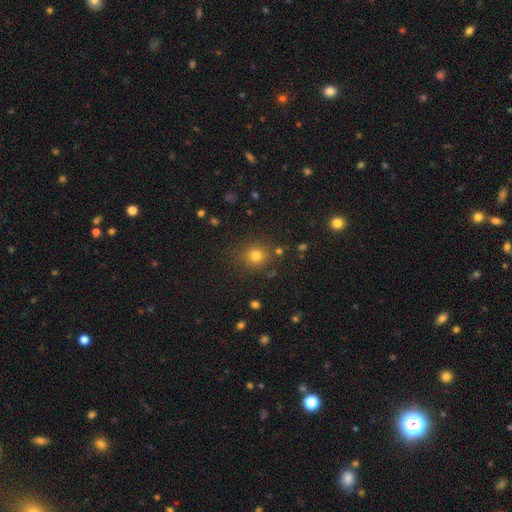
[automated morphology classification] A smooth galaxy with no disk features (76%) that is round (86%). Merging: none (83%).